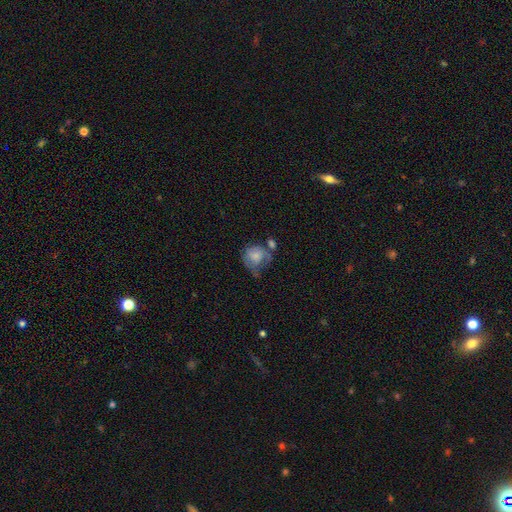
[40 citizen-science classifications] This appears to be a smooth galaxy with no disk features (72%) that is round (62%). Merging: none (38%).